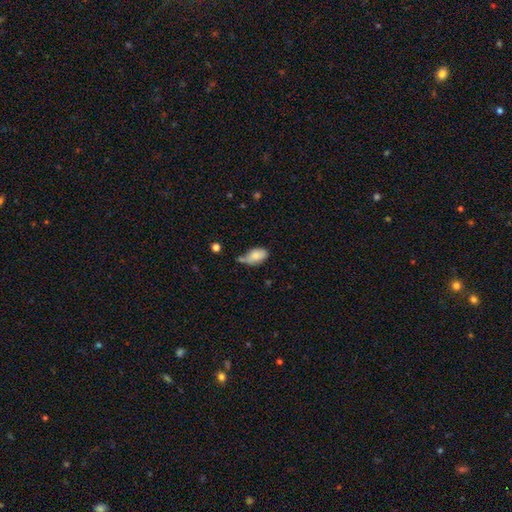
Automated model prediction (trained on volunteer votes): Smooth or featured? smooth (81%)
How rounded? in between (92%)
Merging? none (42%)